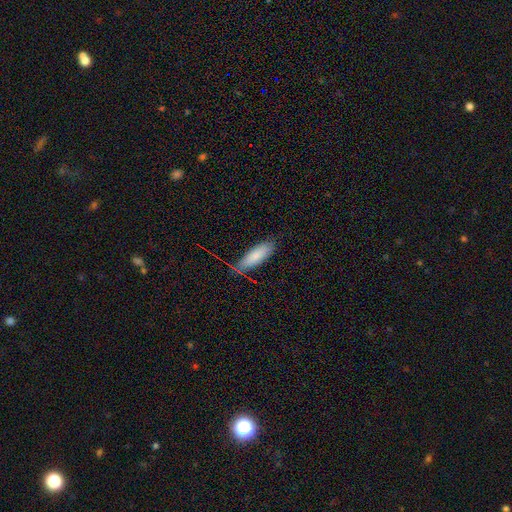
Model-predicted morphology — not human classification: Smooth or featured? Predicted: smooth (p=0.81). How rounded? Predicted: in between (p=0.57). Merging? Predicted: none (p=0.68).